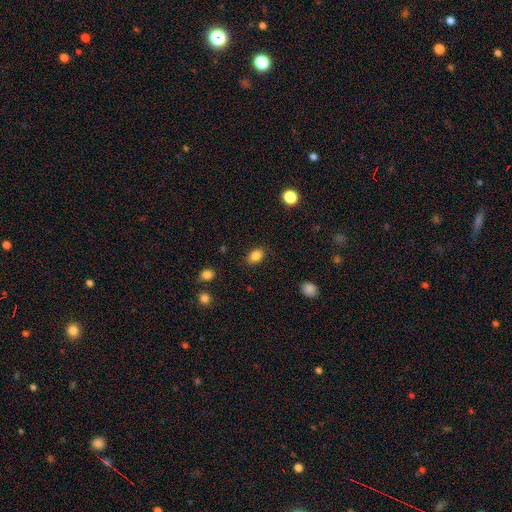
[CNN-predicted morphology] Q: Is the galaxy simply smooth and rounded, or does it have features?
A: smooth — 85%.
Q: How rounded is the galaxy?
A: in between — 78%.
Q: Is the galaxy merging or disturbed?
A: none — 84%.